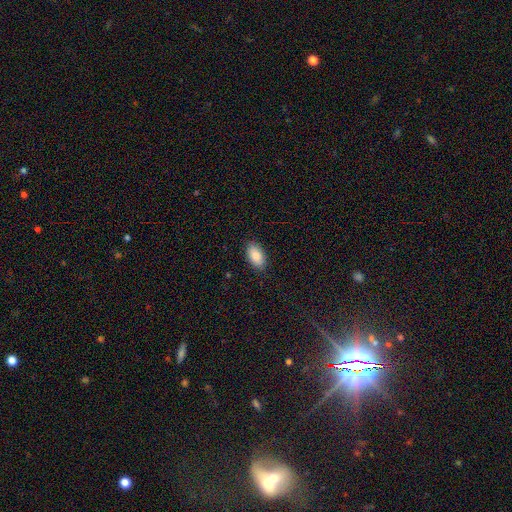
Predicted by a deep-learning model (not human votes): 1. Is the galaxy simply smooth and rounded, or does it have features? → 87% smooth, 7% star or artifact, 6% featured or disk.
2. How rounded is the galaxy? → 94% in between, 3% round, 3% cigar-shaped.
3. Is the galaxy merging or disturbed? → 87% none, 10% minor disturbance, 2% major disturbance, 1% merger.